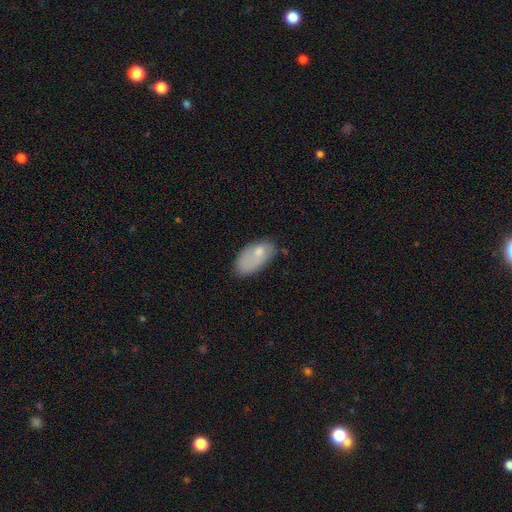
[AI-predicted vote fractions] Smooth or featured?
  - smooth: 72% *
  - featured or disk: 20%
  - star or artifact: 8%
How rounded?
  - in between: 93% *
  - round: 4%
  - cigar-shaped: 3%
Merging?
  - none: 50% *
  - minor disturbance: 32%
  - major disturbance: 13%
  - merger: 5%